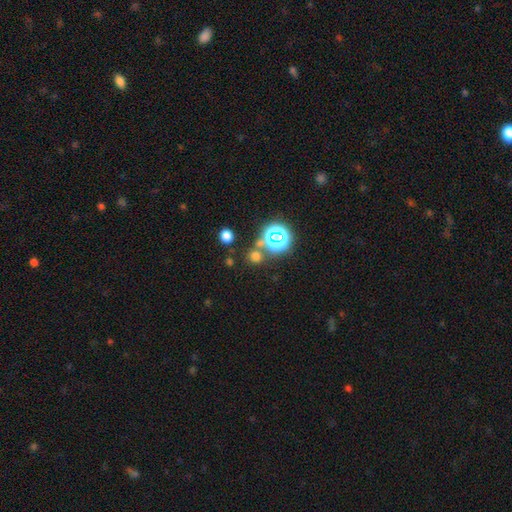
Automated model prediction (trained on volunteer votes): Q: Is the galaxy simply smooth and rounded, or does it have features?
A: smooth — 61%.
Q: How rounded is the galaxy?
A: round — 87%.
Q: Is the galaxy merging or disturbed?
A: none — 72%.